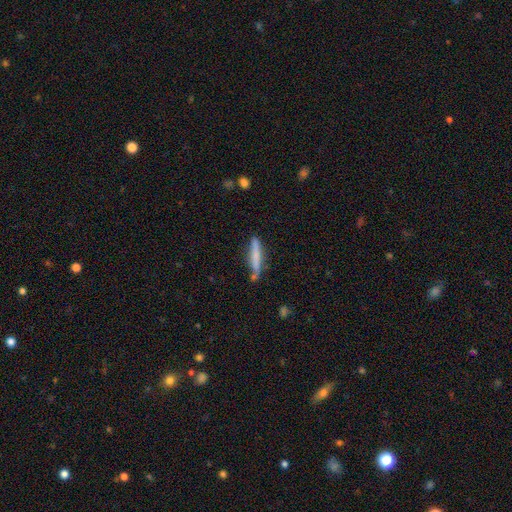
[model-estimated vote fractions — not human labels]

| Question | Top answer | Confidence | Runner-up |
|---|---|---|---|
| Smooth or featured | smooth | 67% | featured or disk (27%) |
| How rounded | cigar-shaped | 91% | in between (7%) |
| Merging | none | 69% | minor disturbance (19%) |